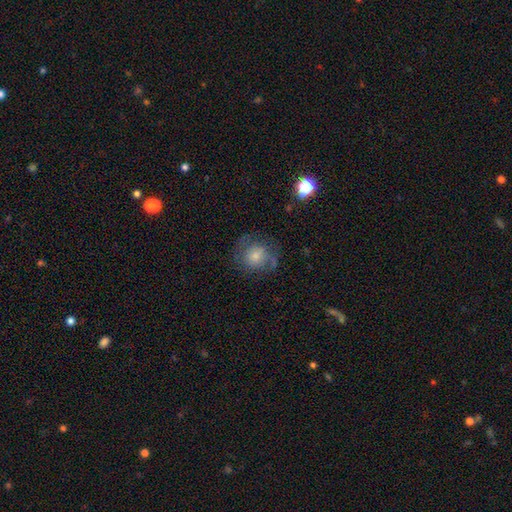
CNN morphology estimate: smooth 51%, featured or disk 38%, star or artifact 11%. Down the decision tree: how rounded — round (81%); merging — none (62%).